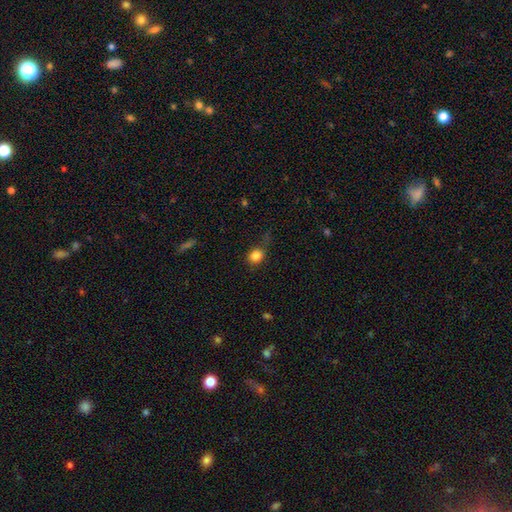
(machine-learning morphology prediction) smooth-or-featured: smooth: 84% | star or artifact: 11% | featured or disk: 5%
  how-rounded: round: 63% | in between: 36% | cigar-shaped: 1%
  merging: none: 65% | minor disturbance: 22% | major disturbance: 10% | merger: 3%